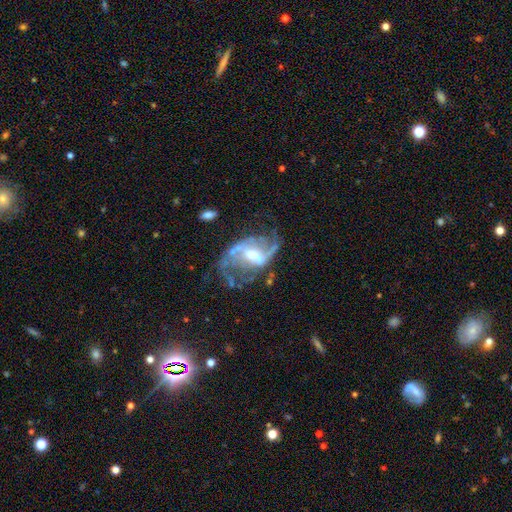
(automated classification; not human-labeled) A featured or disk galaxy (84%) with a weak bar (43%), 2 (75%) loose (52%) spiral arms (88%) and a moderate central bulge (57%). Merging: none (47%).